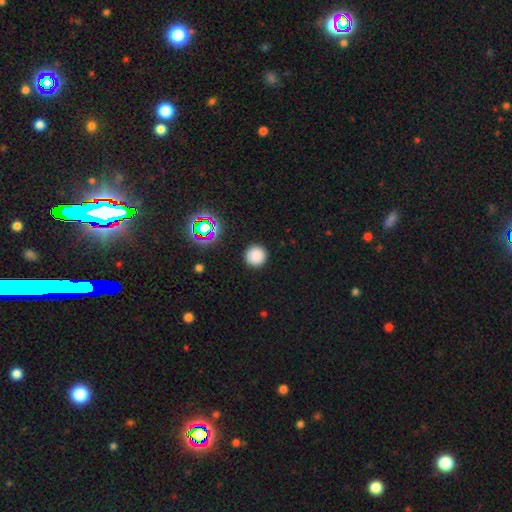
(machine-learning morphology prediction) Smooth or featured? Predicted: smooth (p=0.83). How rounded? Predicted: round (p=0.96). Merging? Predicted: none (p=0.92).